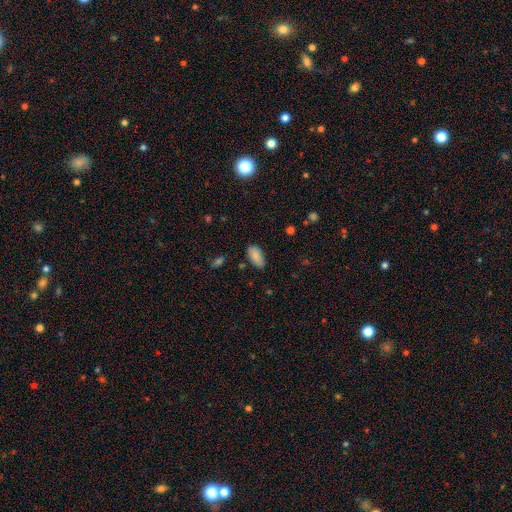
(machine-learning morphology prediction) Smooth or featured: smooth — 86% (featured or disk — 8%)
How rounded: in between — 94% (cigar-shaped — 3%)
Merging: none — 83% (minor disturbance — 13%)